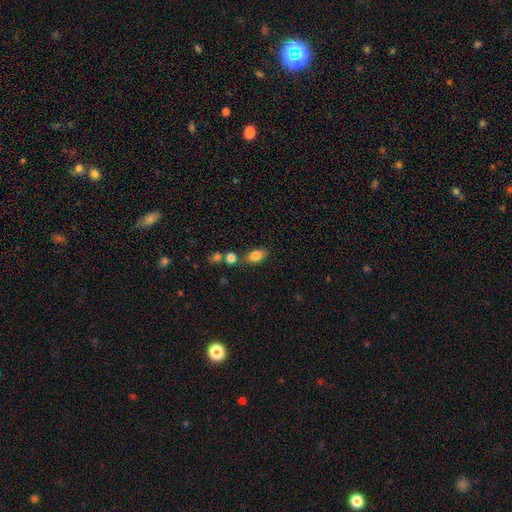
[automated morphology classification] A smooth galaxy with no disk features (83%) that is in between round and cigar-shaped (85%). Merging: none (70%).